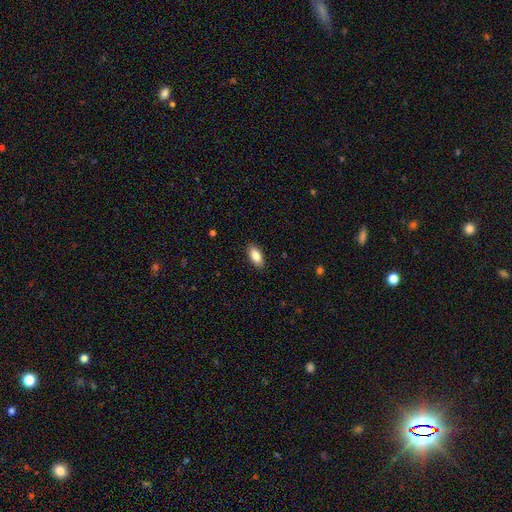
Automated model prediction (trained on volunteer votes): smooth_or_featured: smooth (p=0.85) [alt: featured or disk p=0.08]
how_rounded: in between (p=0.90) [alt: cigar-shaped p=0.08]
merging: none (p=0.89) [alt: minor disturbance p=0.08]